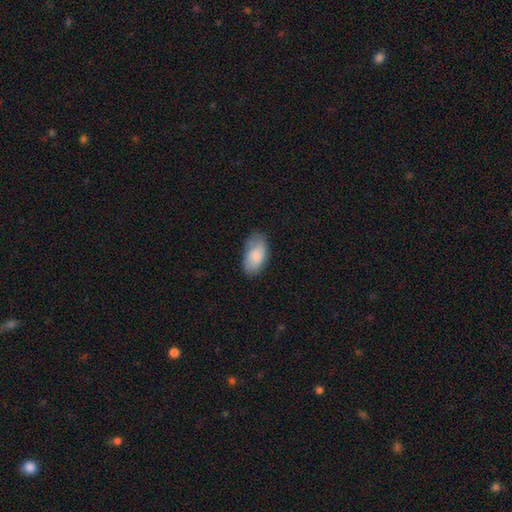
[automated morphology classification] This appears to be a smooth galaxy with no disk features (82%) that is in between round and cigar-shaped (95%). Merging: none (63%).